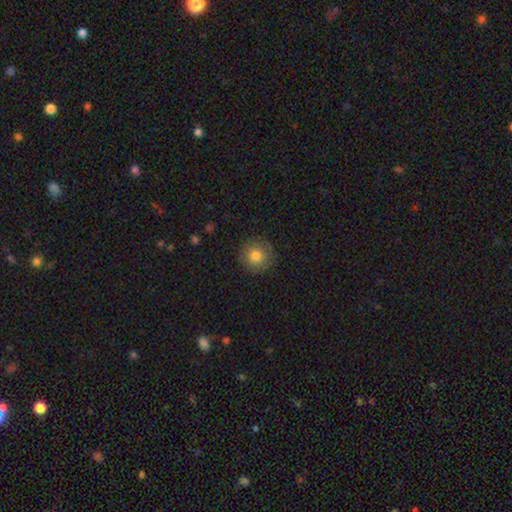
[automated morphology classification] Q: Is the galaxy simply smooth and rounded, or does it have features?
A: smooth — 81%.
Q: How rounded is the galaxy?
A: round — 94%.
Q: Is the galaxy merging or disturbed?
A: none — 88%.